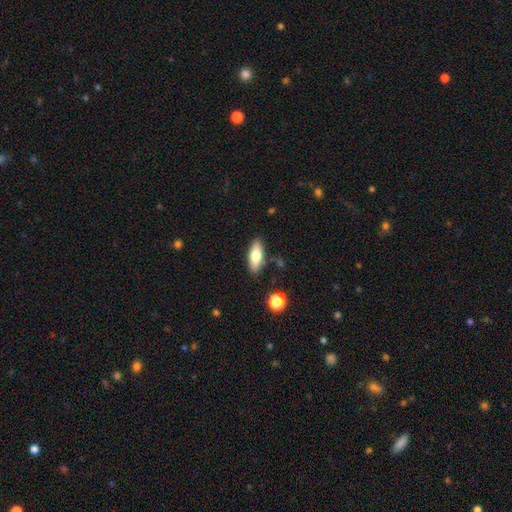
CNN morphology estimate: type=smooth (71%); roundness=in between (71%); merging=none (83%).